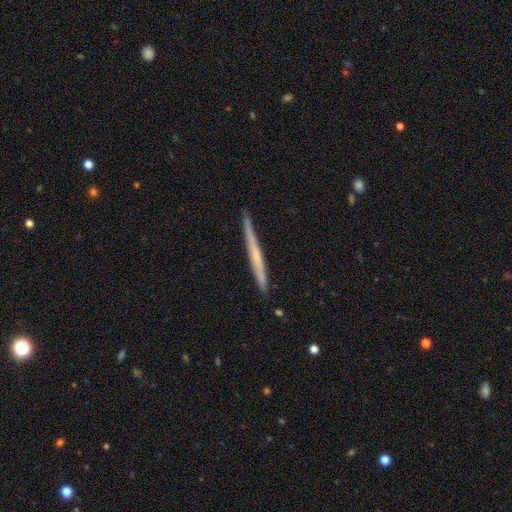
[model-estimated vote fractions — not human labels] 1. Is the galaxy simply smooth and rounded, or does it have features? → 58% featured or disk, 37% smooth, 5% star or artifact.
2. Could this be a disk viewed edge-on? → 98% yes, 2% no.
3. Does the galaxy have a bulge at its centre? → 69% none, 24% rounded, 6% boxy.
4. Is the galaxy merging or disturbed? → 89% none, 9% minor disturbance, 1% major disturbance, 1% merger.